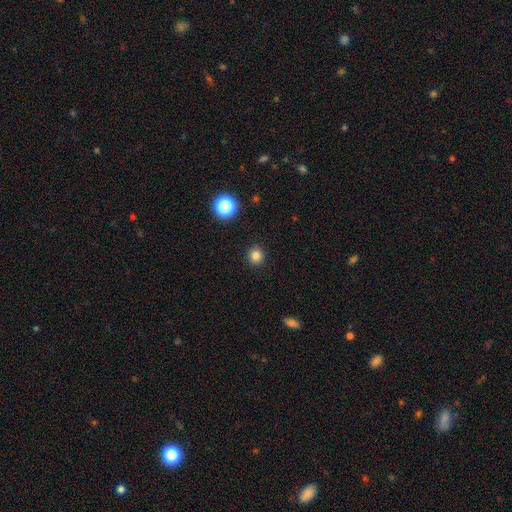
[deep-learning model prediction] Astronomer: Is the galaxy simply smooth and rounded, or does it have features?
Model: smooth — 81%.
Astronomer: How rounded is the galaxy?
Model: round — 92%.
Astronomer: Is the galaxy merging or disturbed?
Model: none — 92%.